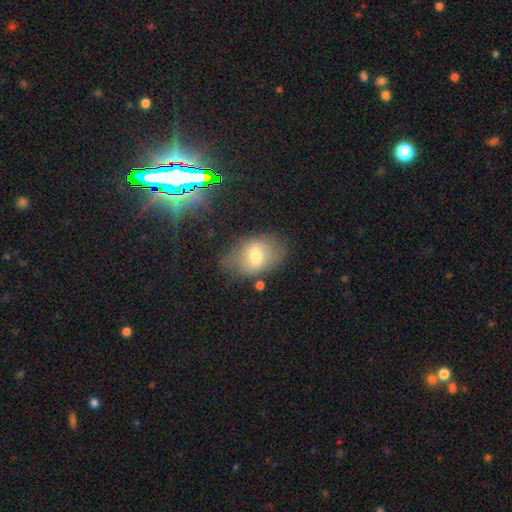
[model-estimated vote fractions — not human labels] smooth 63%, featured or disk 28%, star or artifact 9%. Down the decision tree: how rounded — in between (80%); merging — none (57%).